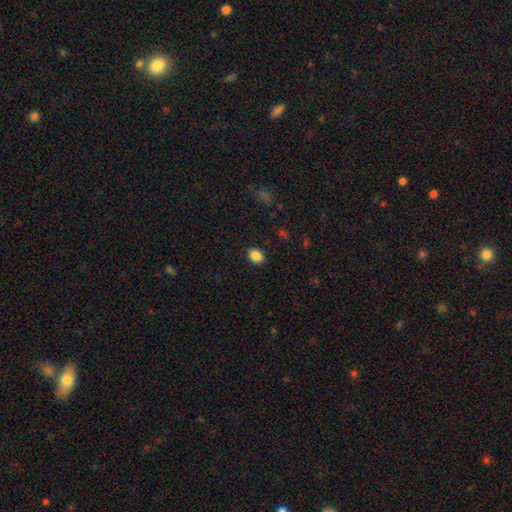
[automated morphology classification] Smooth or featured? smooth (87%)
How rounded? in between (65%)
Merging? none (89%)